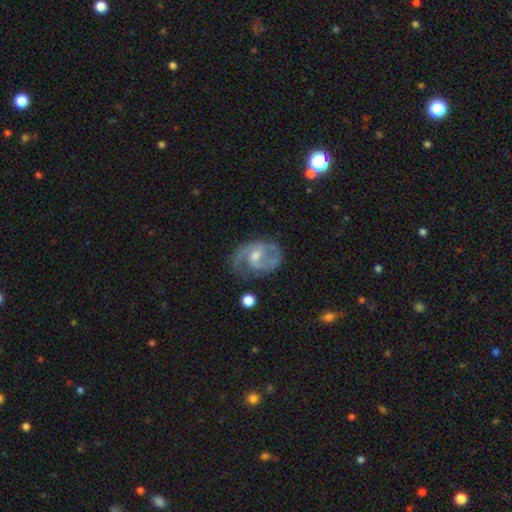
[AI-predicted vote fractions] Overall: featured or disk (84%). Edge-on disk: no (97%). Bar: weak (50%; no 39%). Spiral arms: yes (94%). Spiral arm count: 2 (75%). Spiral winding: medium (53%; tight 28%). Bulge size: moderate (54%; small 38%). Merging: none (65%).